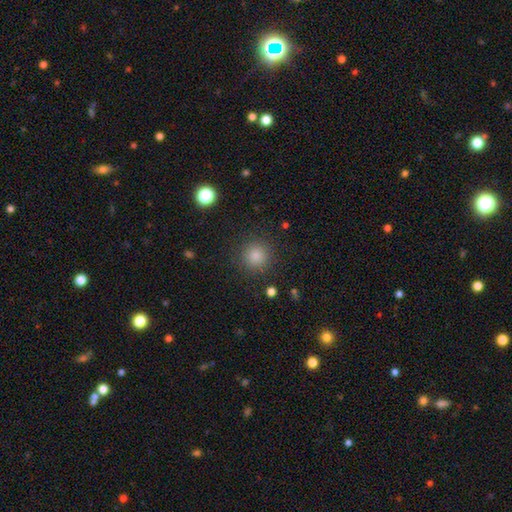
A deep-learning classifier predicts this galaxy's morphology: Smooth or featured? smooth (81%)
How rounded? round (95%)
Merging? none (90%)